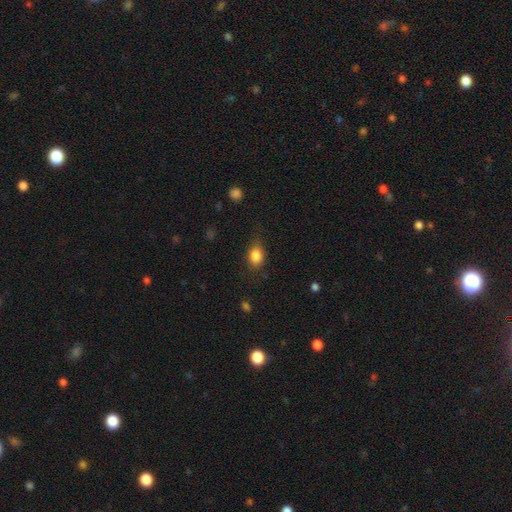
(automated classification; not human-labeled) A smooth galaxy with no disk features (85%) that is in between round and cigar-shaped (68%). Merging: none (73%).